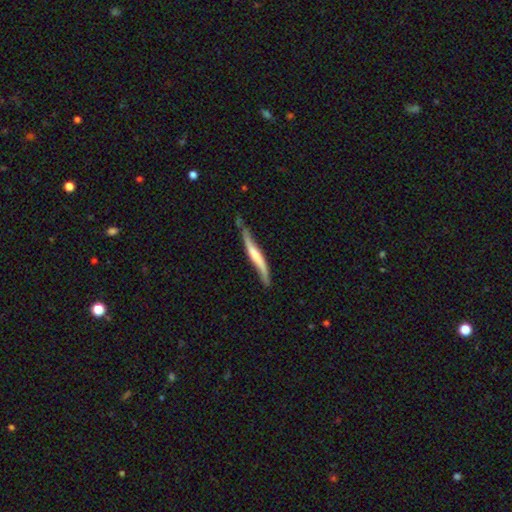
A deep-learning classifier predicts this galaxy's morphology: A featured or disk galaxy (56%) viewed edge-on (73%).

Vote fractions:
- Smooth or featured? featured or disk: 56% / smooth: 39% / star or artifact: 5%
- Edge-on disk? yes: 73% / no: 27%
- Merging? none: 53% / minor disturbance: 32% / major disturbance: 9% / merger: 6%